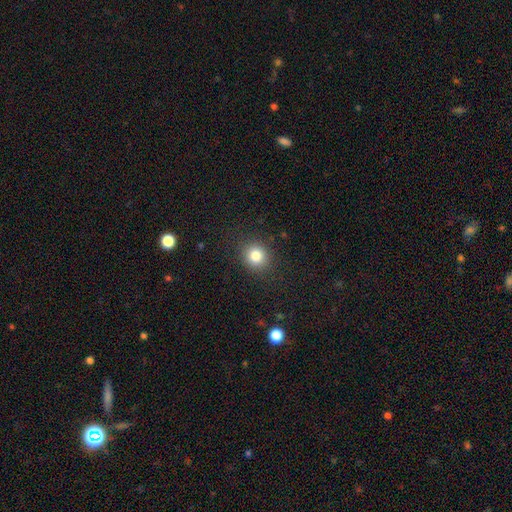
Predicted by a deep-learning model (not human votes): smooth 82%, star or artifact 12%, featured or disk 6%. Down the decision tree: how rounded — round (84%); merging — none (88%).